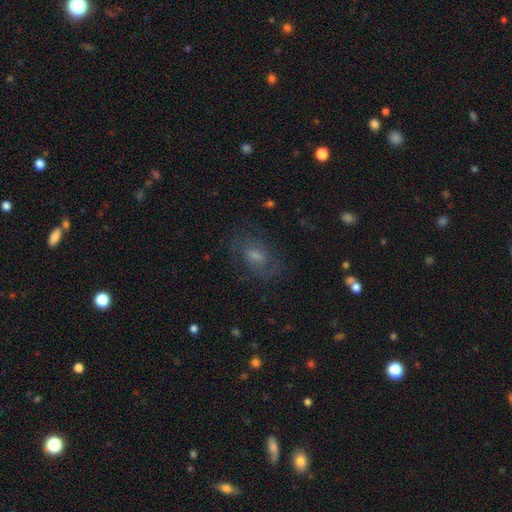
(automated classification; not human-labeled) Smooth or featured? Predicted: featured or disk (p=0.51). Edge-on disk? Predicted: no (p=0.95). Merging? Predicted: none (p=0.73).